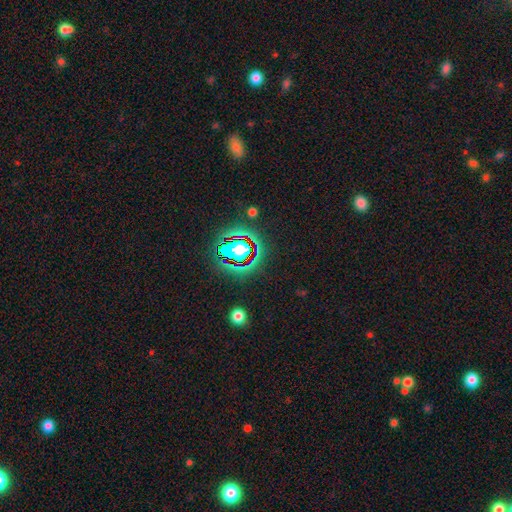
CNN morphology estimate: This is likely a star or artifact rather than a galaxy (78%).